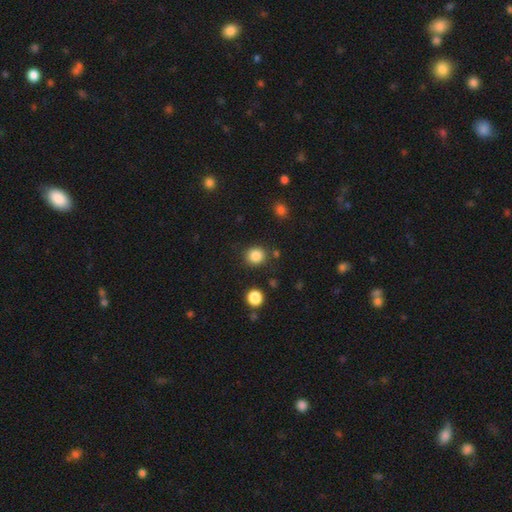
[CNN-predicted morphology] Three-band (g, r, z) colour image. It shows a smooth galaxy with no disk features (85%) that is round (87%). Merging: none (85%).